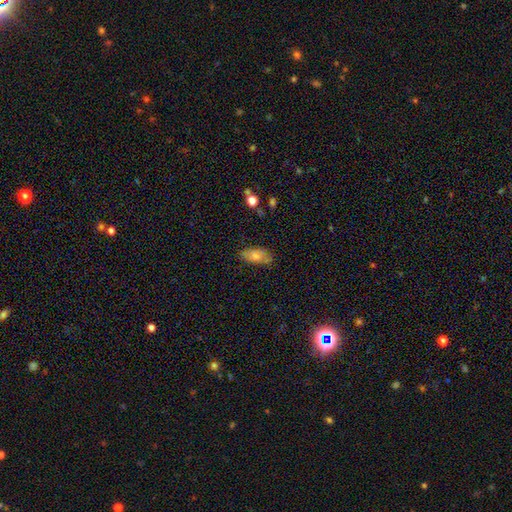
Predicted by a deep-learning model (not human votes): Q: Smooth or featured?
A: smooth (75%); runner-up: featured or disk (16%)
Q: How rounded?
A: in between (86%); runner-up: cigar-shaped (11%)
Q: Merging?
A: none (67%); runner-up: minor disturbance (23%)